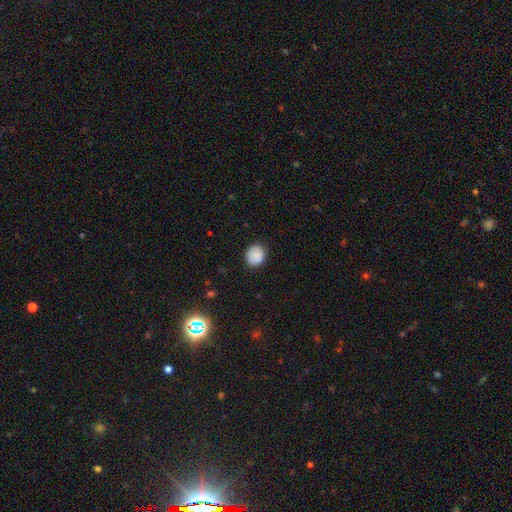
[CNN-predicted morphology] A smooth galaxy with no disk features (86%) that is round (79%). Merging: none (84%).